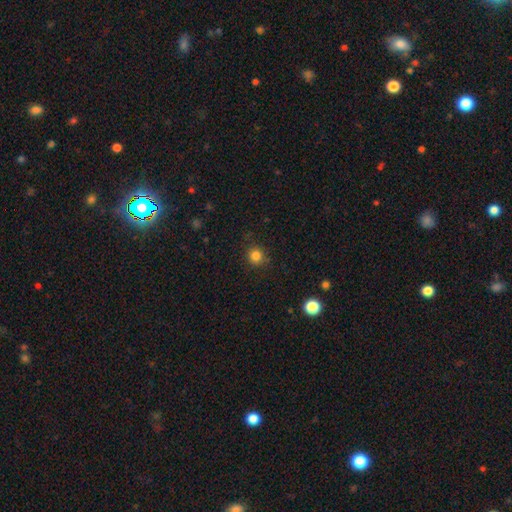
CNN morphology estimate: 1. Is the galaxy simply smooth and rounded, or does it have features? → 83% smooth, 13% star or artifact, 4% featured or disk.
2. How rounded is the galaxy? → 91% round, 8% in between, 1% cigar-shaped.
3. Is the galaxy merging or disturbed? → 87% none, 9% minor disturbance, 3% major disturbance, 1% merger.